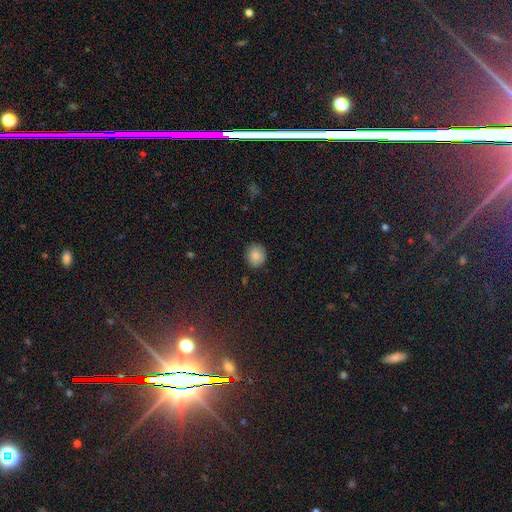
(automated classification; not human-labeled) Overall: smooth (85%). How rounded: round (81%). Merging: none (87%).